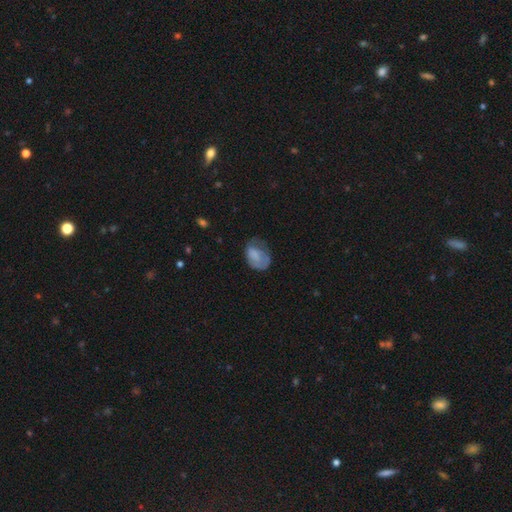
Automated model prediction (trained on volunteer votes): This is likely a smooth galaxy (65%). How rounded: likely in between (71%). Merging: marginally none (38%).